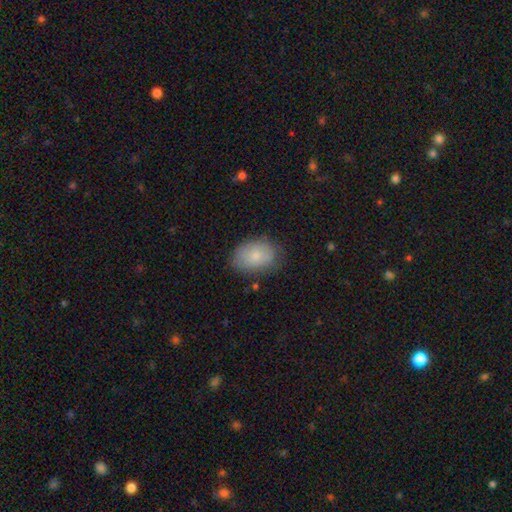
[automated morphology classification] Smooth or featured? smooth (78%)
How rounded? in between (82%)
Merging? none (76%)